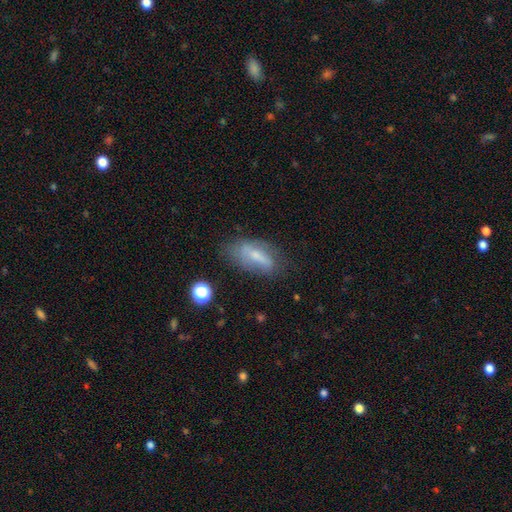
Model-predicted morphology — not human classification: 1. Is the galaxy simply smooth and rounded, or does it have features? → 53% smooth, 38% featured or disk, 9% star or artifact.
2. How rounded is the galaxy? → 81% in between, 15% cigar-shaped, 4% round.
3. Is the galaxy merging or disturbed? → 58% none, 27% minor disturbance, 12% major disturbance, 3% merger.